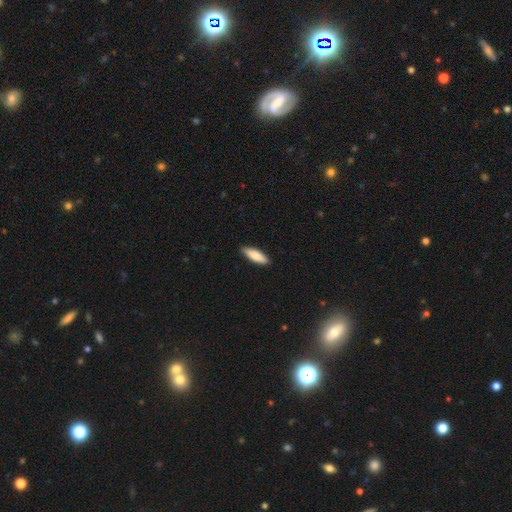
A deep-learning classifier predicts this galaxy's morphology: Smooth or featured? Predicted: smooth (p=0.79). How rounded? Predicted: in between (p=0.51). Merging? Predicted: none (p=0.89).